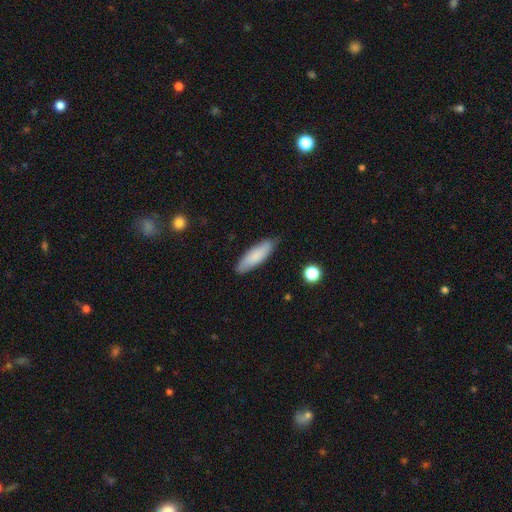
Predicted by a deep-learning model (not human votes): Smooth or featured? Predicted: smooth (p=0.82). How rounded? Predicted: cigar-shaped (p=0.54). Merging? Predicted: none (p=0.84).